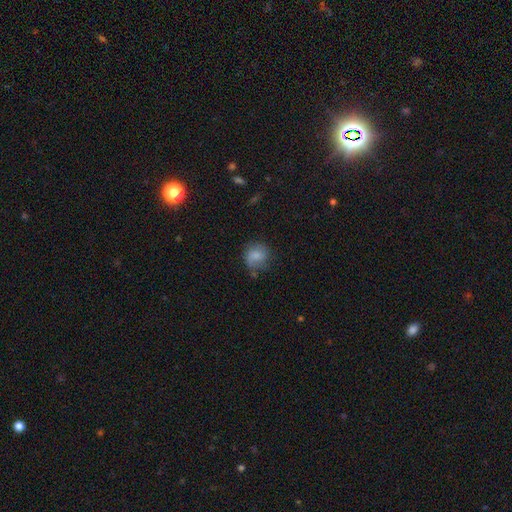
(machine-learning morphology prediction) This is likely a smooth galaxy (75%). How rounded: likely round (78%). Merging: likely none (61%).